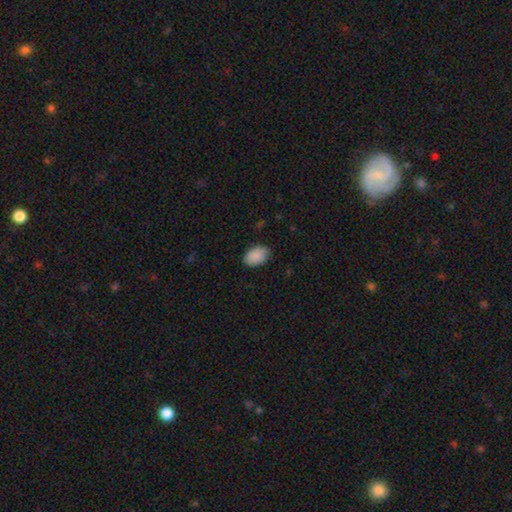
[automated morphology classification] smooth-or-featured: smooth: 90% | star or artifact: 7% | featured or disk: 3%
  how-rounded: in between: 88% | round: 11% | cigar-shaped: 1%
  merging: none: 84% | minor disturbance: 13% | major disturbance: 2% | merger: 1%